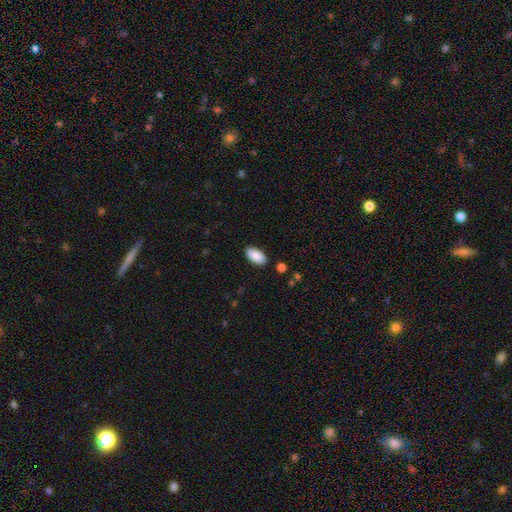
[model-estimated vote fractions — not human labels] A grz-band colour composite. It shows a smooth galaxy with no disk features (89%) that is in between round and cigar-shaped (95%). Merging: none (89%).